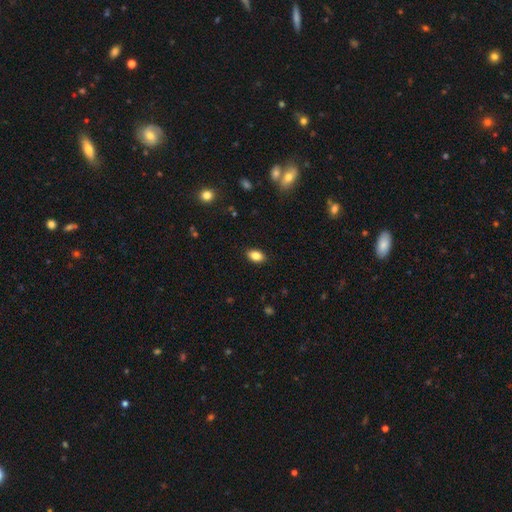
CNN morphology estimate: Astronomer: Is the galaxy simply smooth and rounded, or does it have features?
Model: smooth — 86%.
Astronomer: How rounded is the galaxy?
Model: in between — 87%.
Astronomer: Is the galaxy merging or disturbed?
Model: none — 88%.